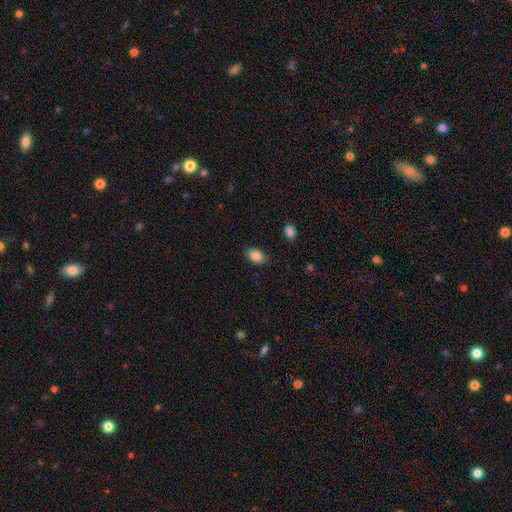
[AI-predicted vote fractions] Smooth or featured? smooth (87%)
How rounded? in between (86%)
Merging? none (83%)